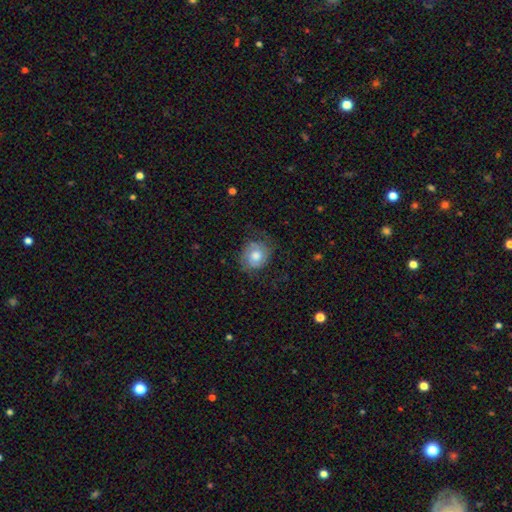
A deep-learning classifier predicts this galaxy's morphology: Q: Smooth or featured?
A: featured or disk (47%); runner-up: smooth (45%)
Q: Merging?
A: none (67%); runner-up: minor disturbance (21%)